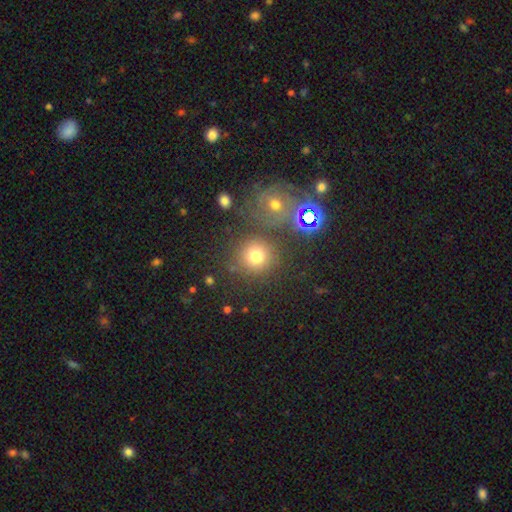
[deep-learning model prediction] Morphology: type=smooth (71%); roundness=round (89%); merging=none (76%).